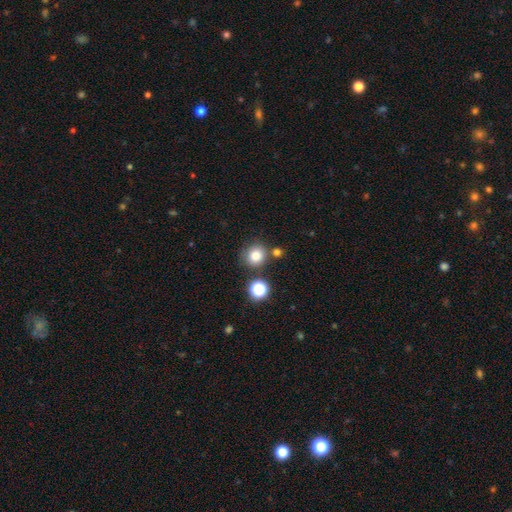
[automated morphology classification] This is clearly a smooth galaxy (80%). How rounded: clearly round (89%). Merging: likely none (76%).